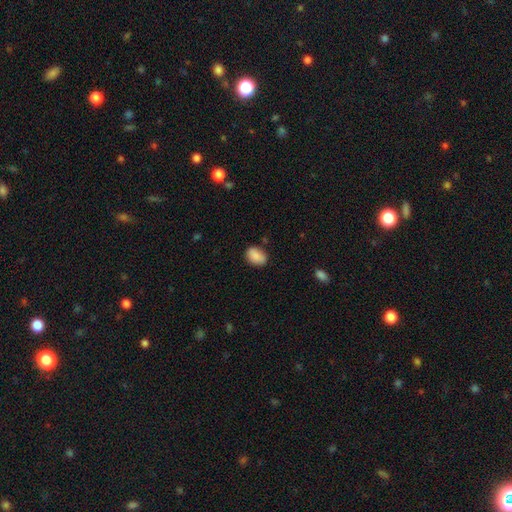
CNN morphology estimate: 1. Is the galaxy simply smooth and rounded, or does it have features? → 88% smooth, 8% star or artifact, 5% featured or disk.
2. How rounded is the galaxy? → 78% in between, 21% round, 1% cigar-shaped.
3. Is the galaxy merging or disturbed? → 76% none, 17% minor disturbance, 3% major disturbance, 3% merger.